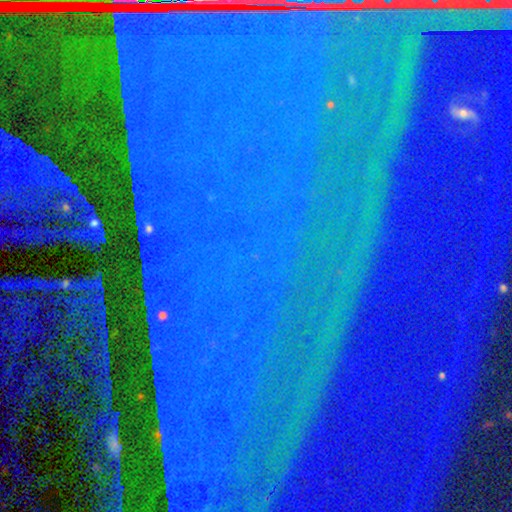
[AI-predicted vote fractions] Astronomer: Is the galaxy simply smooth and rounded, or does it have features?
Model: star or artifact — 89%.